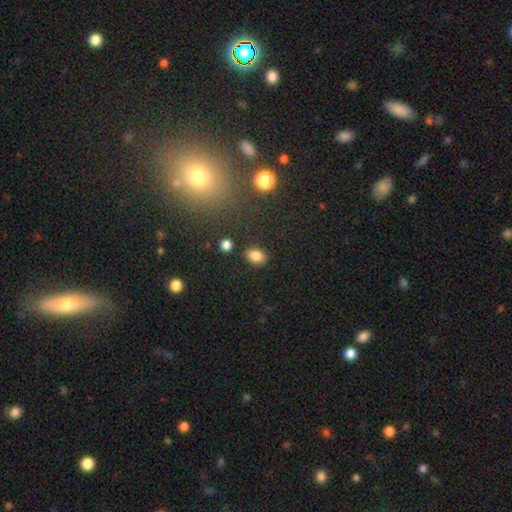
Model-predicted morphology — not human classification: Smooth or featured? Predicted: smooth (p=0.84). How rounded? Predicted: in between (p=0.75). Merging? Predicted: none (p=0.84).